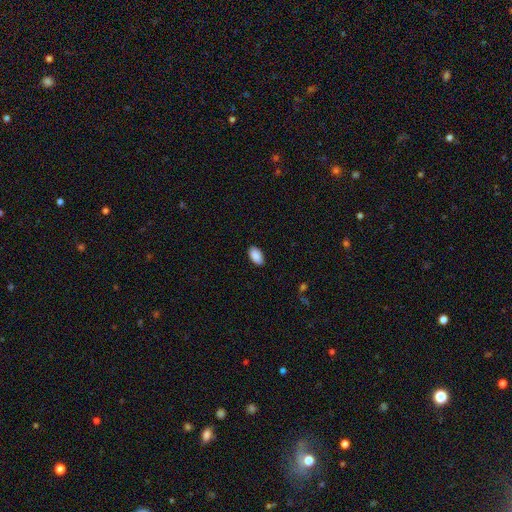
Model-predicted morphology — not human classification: type=smooth (90%); roundness=in between (95%); merging=none (88%).